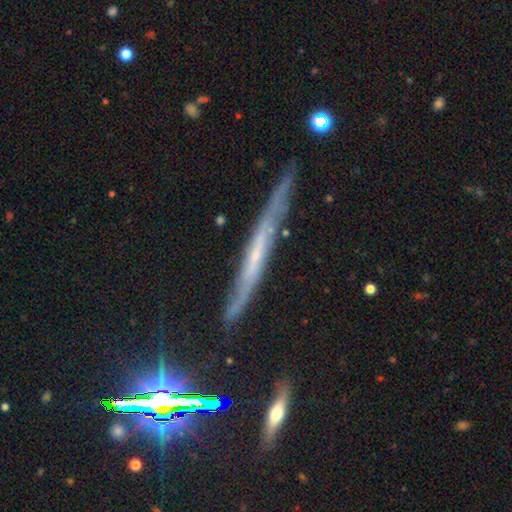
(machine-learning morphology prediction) Smooth or featured? Predicted: featured or disk (p=0.70). Edge-on disk? Predicted: yes (p=0.86). Edge-on bulge? Predicted: none (p=0.73). Merging? Predicted: none (p=0.73).